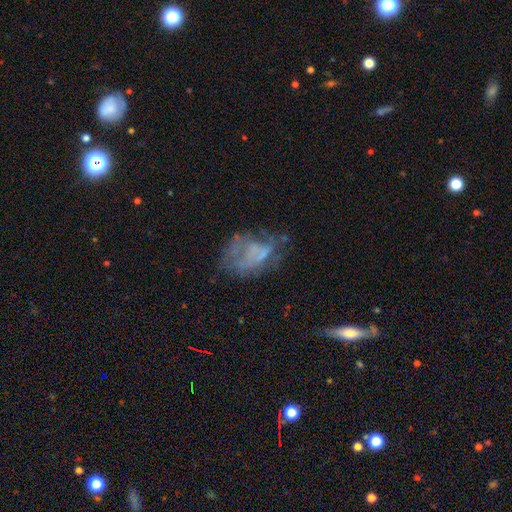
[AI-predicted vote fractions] Smooth or featured: featured or disk — 52% (smooth — 31%)
Edge-on disk: no — 95% (yes — 5%)
Merging: none — 41% (major disturbance — 32%)